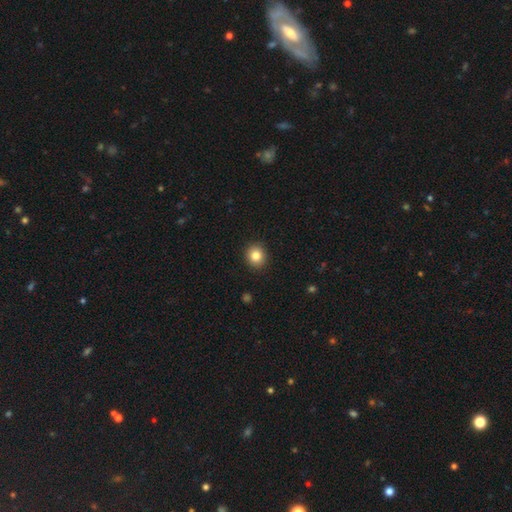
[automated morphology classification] Smooth or featured? smooth (83%)
How rounded? round (80%)
Merging? none (91%)